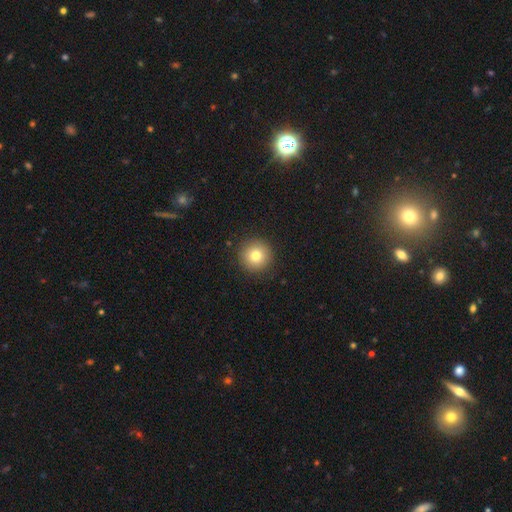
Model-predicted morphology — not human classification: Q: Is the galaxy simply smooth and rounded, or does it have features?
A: smooth — 79%.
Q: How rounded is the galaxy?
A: round — 96%.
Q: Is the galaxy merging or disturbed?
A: none — 91%.